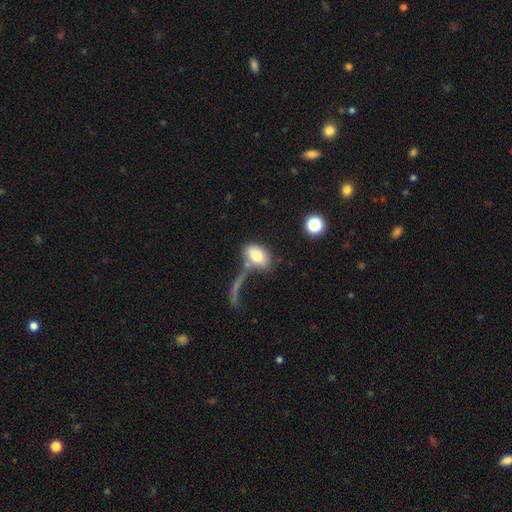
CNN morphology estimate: Smooth or featured? smooth (78%)
How rounded? in between (86%)
Merging? none (40%)